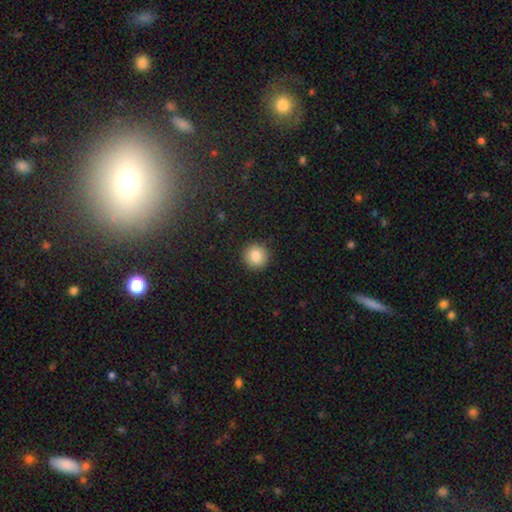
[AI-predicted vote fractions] Smooth or featured? smooth (86%)
How rounded? round (94%)
Merging? none (91%)